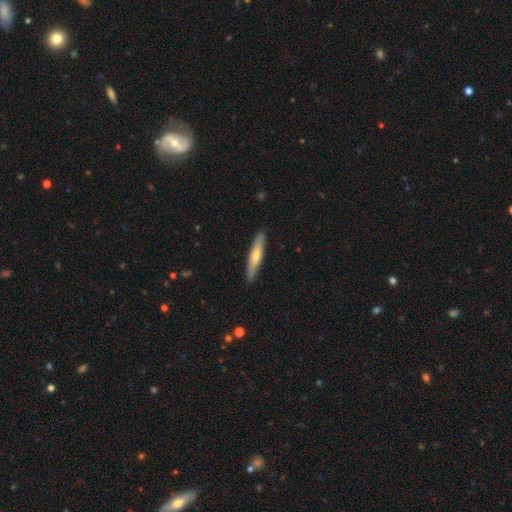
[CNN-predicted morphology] smooth 49%, featured or disk 45%, star or artifact 6%. Down the decision tree: merging — none (90%).